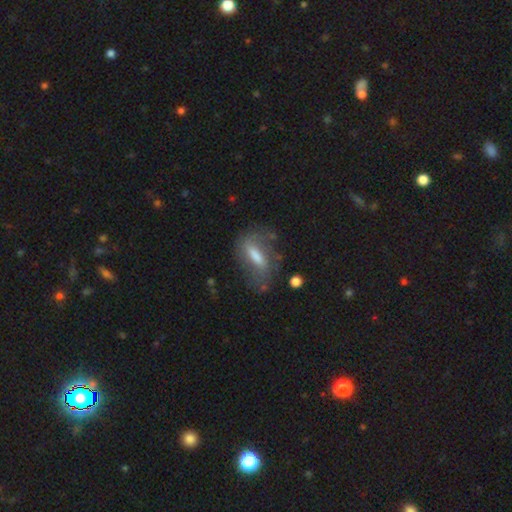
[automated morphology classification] Smooth or featured?
  - featured or disk: 47% *
  - smooth: 44%
  - star or artifact: 9%
Merging?
  - none: 57% *
  - minor disturbance: 23%
  - major disturbance: 16%
  - merger: 4%